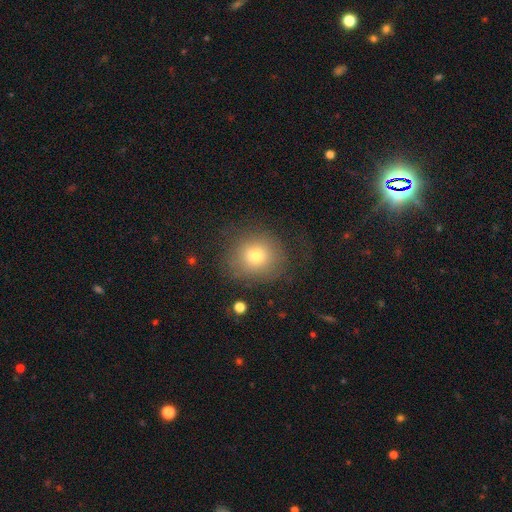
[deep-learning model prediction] smooth 73%, star or artifact 14%, featured or disk 13%. Down the decision tree: how rounded — round (83%); merging — none (74%).